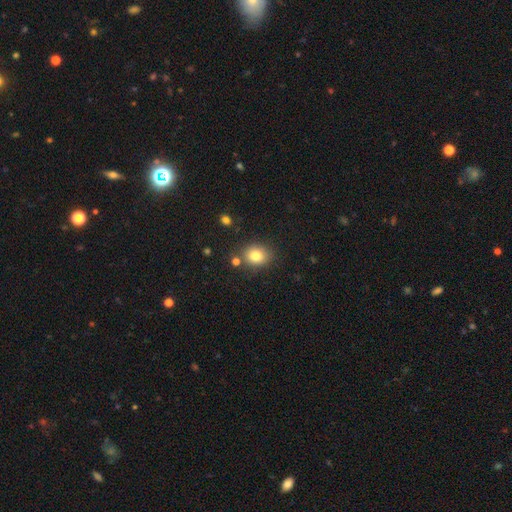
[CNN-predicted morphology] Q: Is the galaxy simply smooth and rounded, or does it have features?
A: smooth — 80%.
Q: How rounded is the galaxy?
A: round — 61%.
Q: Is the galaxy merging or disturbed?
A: none — 79%.